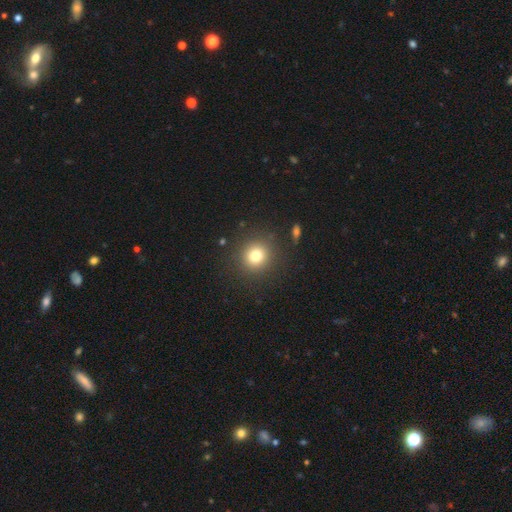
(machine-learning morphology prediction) Smooth or featured?
  - smooth: 78% *
  - star or artifact: 14%
  - featured or disk: 8%
How rounded?
  - round: 92% *
  - in between: 7%
  - cigar-shaped: 1%
Merging?
  - none: 89% *
  - minor disturbance: 6%
  - major disturbance: 3%
  - merger: 2%